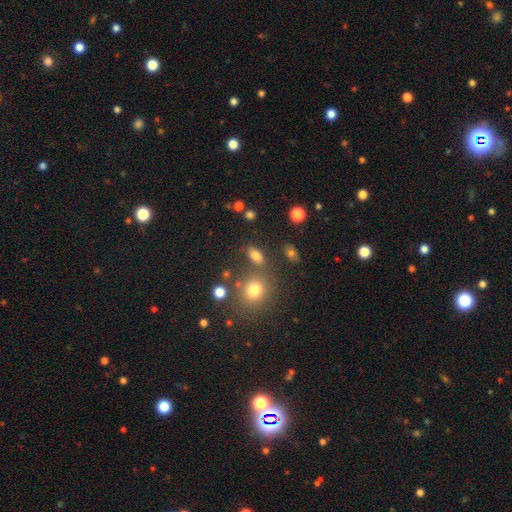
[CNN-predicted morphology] A smooth galaxy with no disk features (79%) that is in between round and cigar-shaped (82%). Merging: none (71%).